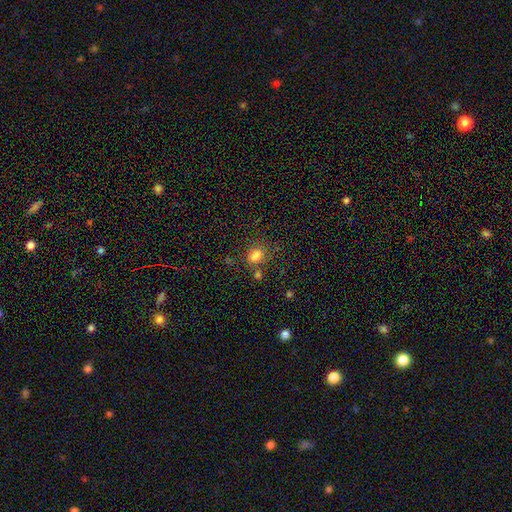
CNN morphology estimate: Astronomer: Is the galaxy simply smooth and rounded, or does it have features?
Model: smooth — 78%.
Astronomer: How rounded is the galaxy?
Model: in between — 68%.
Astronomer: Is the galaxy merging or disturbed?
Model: none — 60%.